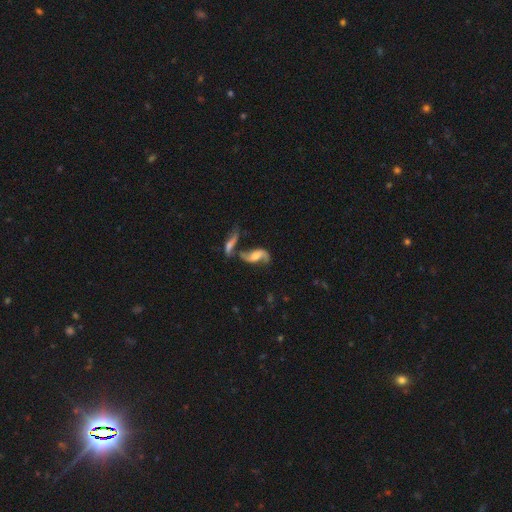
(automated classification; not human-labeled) featured or disk 79%, smooth 14%, star or artifact 7%. Down the decision tree: edge-on disk — no (92%); bar — no (46%); spiral arms — yes (93%); spiral arm count — 2 (89%); spiral winding — loose (74%); bulge size — moderate (41%); merging — merger (39%).